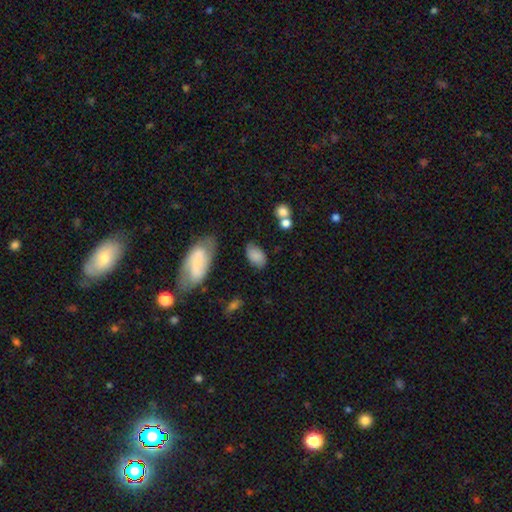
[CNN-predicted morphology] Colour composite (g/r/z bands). It shows a smooth galaxy with no disk features (78%) that is in between round and cigar-shaped (90%). Merging: none (69%).